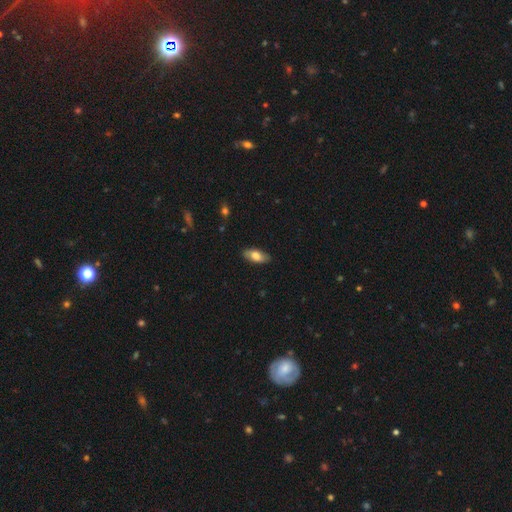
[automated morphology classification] A smooth galaxy with no disk features (73%) that is in between round and cigar-shaped (86%).

Vote fractions:
- Smooth or featured? smooth: 73% / featured or disk: 21% / star or artifact: 6%
- How rounded? in between: 86% / cigar-shaped: 11% / round: 3%
- Merging? none: 85% / minor disturbance: 11% / major disturbance: 2% / merger: 1%